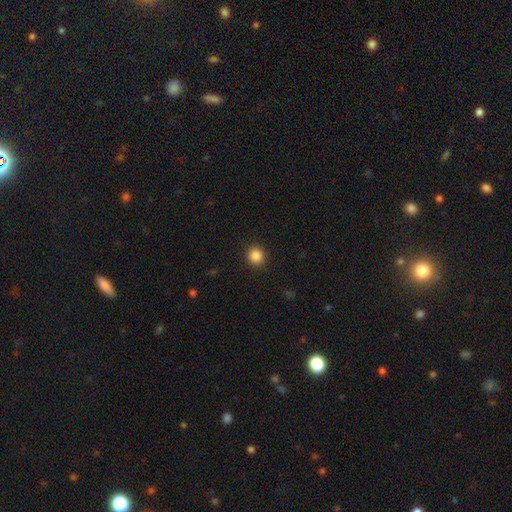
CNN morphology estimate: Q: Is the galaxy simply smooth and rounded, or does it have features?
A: smooth — 86%.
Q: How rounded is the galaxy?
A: round — 90%.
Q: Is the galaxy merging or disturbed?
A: none — 92%.